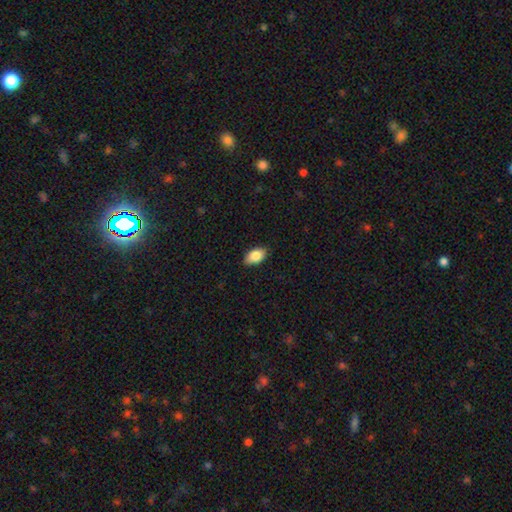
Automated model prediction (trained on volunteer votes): smooth 84%, featured or disk 9%, star or artifact 7%. Down the decision tree: how rounded — in between (92%); merging — none (87%).